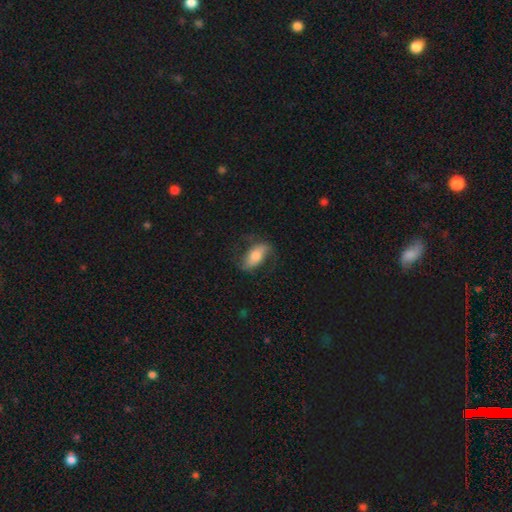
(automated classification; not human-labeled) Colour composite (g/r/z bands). It shows a smooth galaxy with no disk features (54%) that is in between round and cigar-shaped (84%). Merging: none (67%).